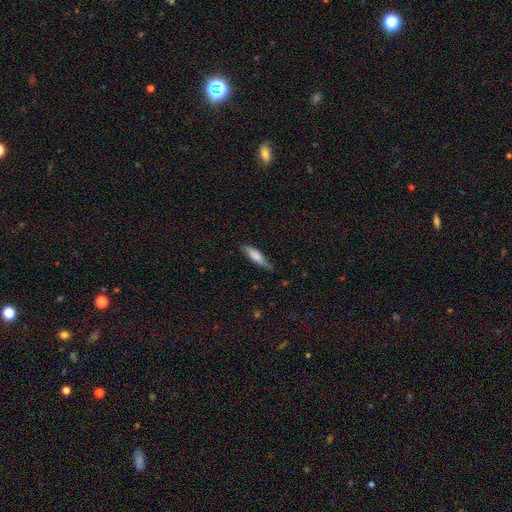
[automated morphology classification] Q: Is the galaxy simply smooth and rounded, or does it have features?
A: smooth — 71%.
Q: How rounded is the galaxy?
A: cigar-shaped — 68%.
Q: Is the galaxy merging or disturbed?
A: none — 64%.